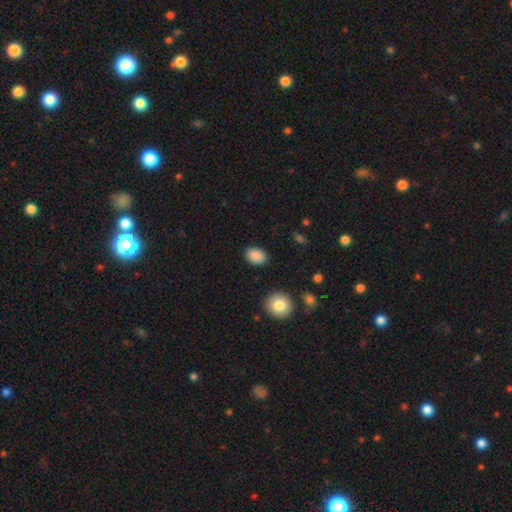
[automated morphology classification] This is clearly a smooth galaxy (89%). How rounded: likely in between (73%). Merging: clearly none (87%).